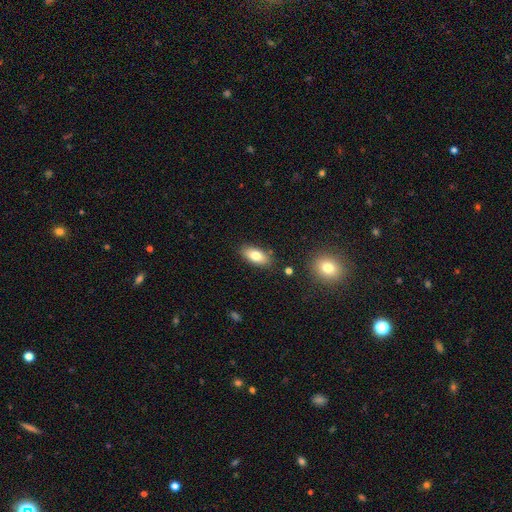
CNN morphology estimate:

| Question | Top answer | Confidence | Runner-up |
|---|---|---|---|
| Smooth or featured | smooth | 77% | featured or disk (15%) |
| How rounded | in between | 87% | cigar-shaped (10%) |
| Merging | none | 84% | minor disturbance (11%) |